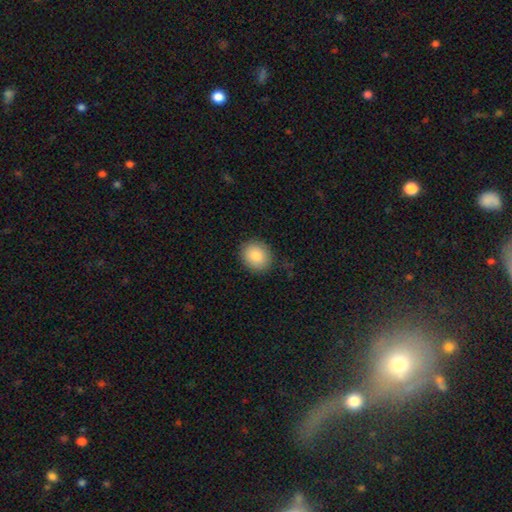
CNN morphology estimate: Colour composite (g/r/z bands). It shows a smooth galaxy with no disk features (87%) that is round (75%). Merging: none (87%).